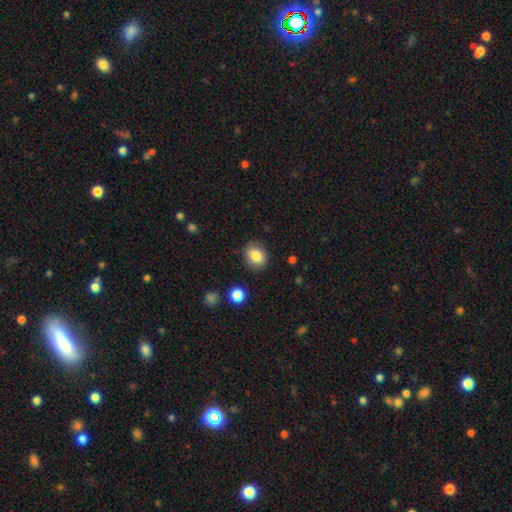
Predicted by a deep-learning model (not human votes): Smooth or featured? Predicted: smooth (p=0.84). How rounded? Predicted: round (p=0.50). Merging? Predicted: none (p=0.84).